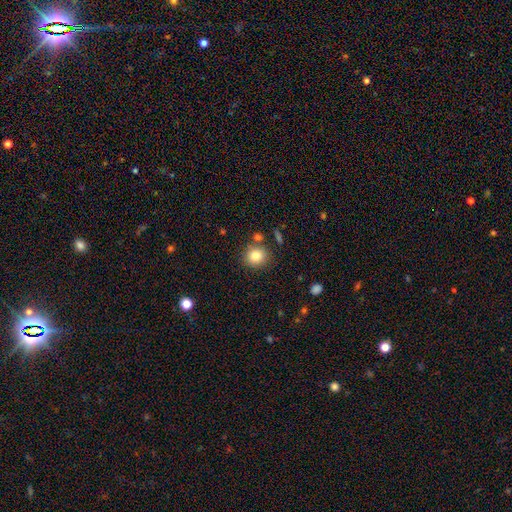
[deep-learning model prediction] smooth 82%, star or artifact 11%, featured or disk 8%. Down the decision tree: how rounded — round (83%); merging — none (80%).